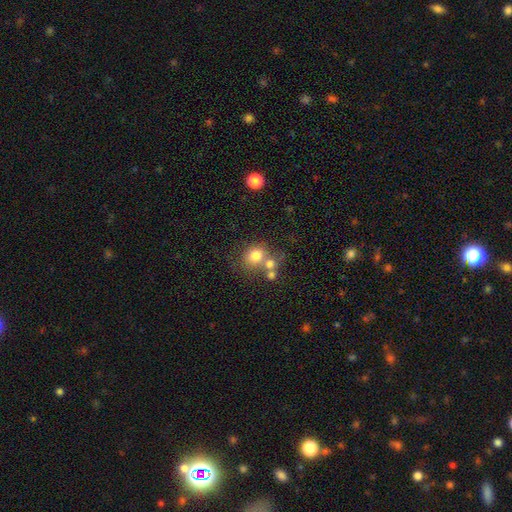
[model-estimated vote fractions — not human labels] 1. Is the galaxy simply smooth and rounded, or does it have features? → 75% smooth, 13% featured or disk, 12% star or artifact.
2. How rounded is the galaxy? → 73% round, 26% in between, 1% cigar-shaped.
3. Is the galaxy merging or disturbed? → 47% none, 38% merger, 10% minor disturbance, 5% major disturbance.